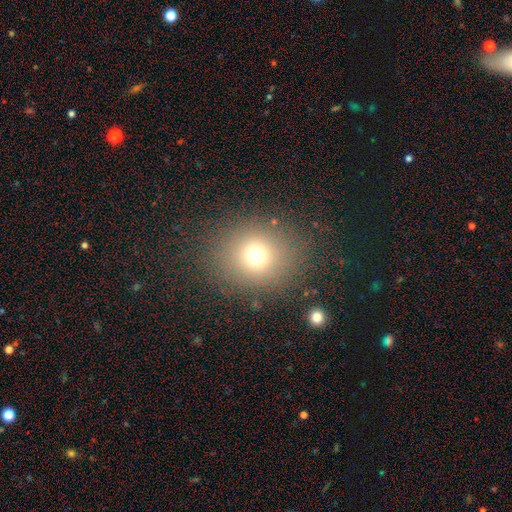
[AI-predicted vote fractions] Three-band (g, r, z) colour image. It shows a smooth galaxy with no disk features (71%) that is round (82%). Merging: none (85%).